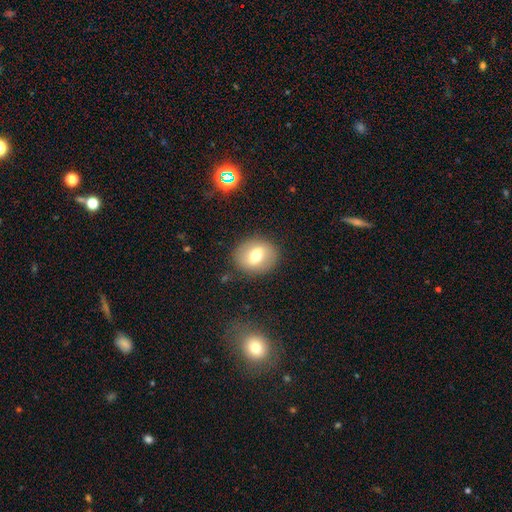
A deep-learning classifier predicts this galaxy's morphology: smooth_or_featured: smooth (p=0.64) [alt: featured or disk p=0.27]
how_rounded: round (p=0.62) [alt: in between p=0.37]
merging: none (p=0.85) [alt: minor disturbance p=0.10]